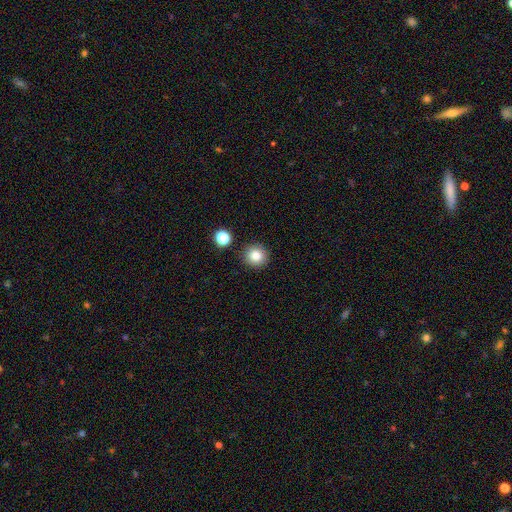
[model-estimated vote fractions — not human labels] smooth 83%, star or artifact 11%, featured or disk 6%. Down the decision tree: how rounded — round (93%); merging — none (89%).